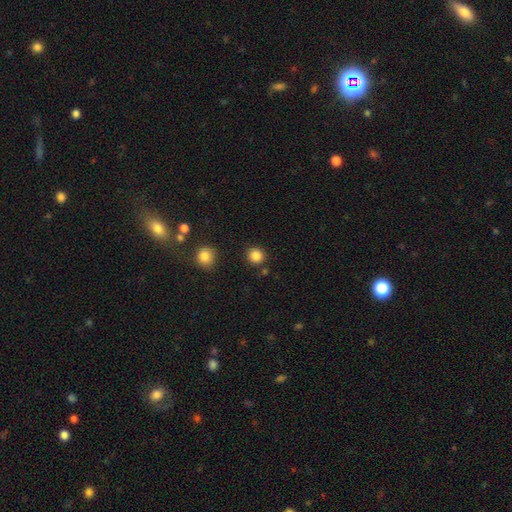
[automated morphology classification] A smooth galaxy with no disk features (85%) that is round (92%).

Vote fractions:
- Smooth or featured? smooth: 85% / star or artifact: 11% / featured or disk: 4%
- How rounded? round: 92% / in between: 7% / cigar-shaped: 1%
- Merging? none: 87% / minor disturbance: 7% / merger: 4% / major disturbance: 3%